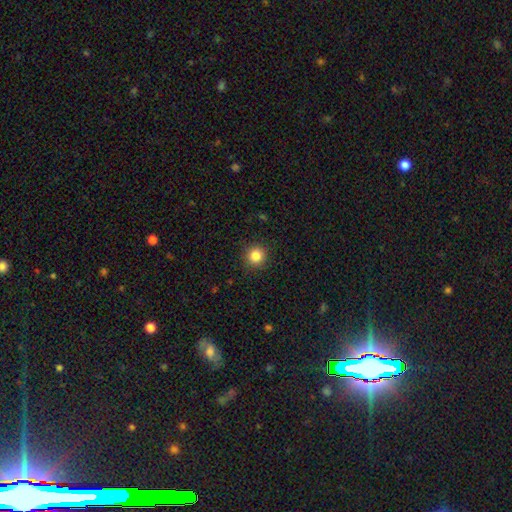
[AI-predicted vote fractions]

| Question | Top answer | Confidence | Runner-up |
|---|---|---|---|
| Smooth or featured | smooth | 84% | star or artifact (11%) |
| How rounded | round | 93% | in between (6%) |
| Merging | none | 91% | minor disturbance (6%) |